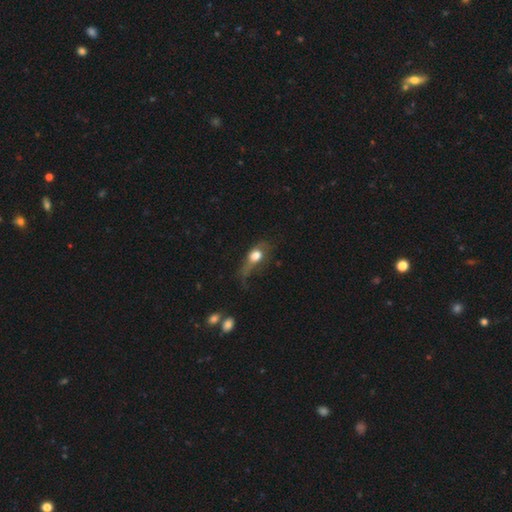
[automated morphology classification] smooth_or_featured: smooth (p=0.65) [alt: featured or disk p=0.25]
how_rounded: in between (p=0.60) [alt: round p=0.31]
merging: major disturbance (p=0.45) [alt: none p=0.25]